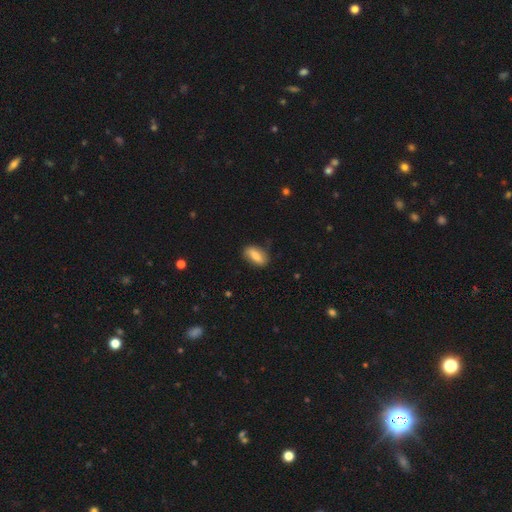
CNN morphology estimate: Q: Smooth or featured?
A: smooth (81%); runner-up: featured or disk (13%)
Q: How rounded?
A: in between (84%); runner-up: cigar-shaped (12%)
Q: Merging?
A: none (77%); runner-up: minor disturbance (17%)